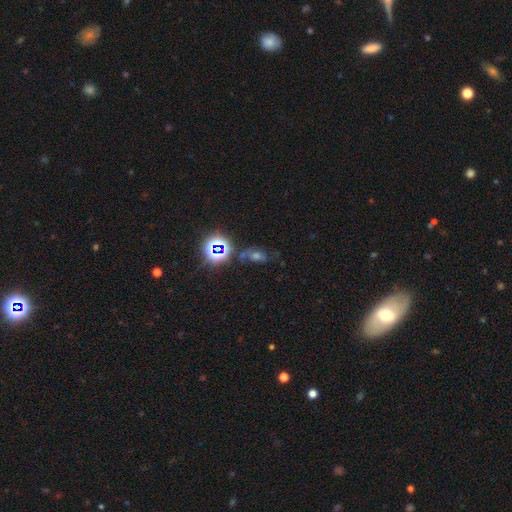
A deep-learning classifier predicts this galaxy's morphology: type=star or artifact (54%).